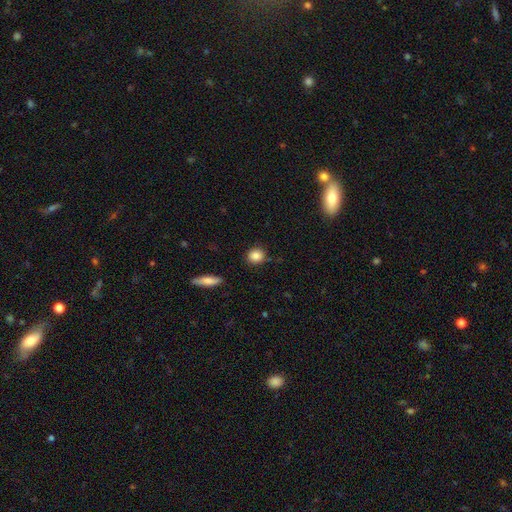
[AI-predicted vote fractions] smooth_or_featured: smooth (p=0.86) [alt: star or artifact p=0.08]
how_rounded: round (p=0.83) [alt: in between p=0.15]
merging: none (p=0.85) [alt: minor disturbance p=0.11]